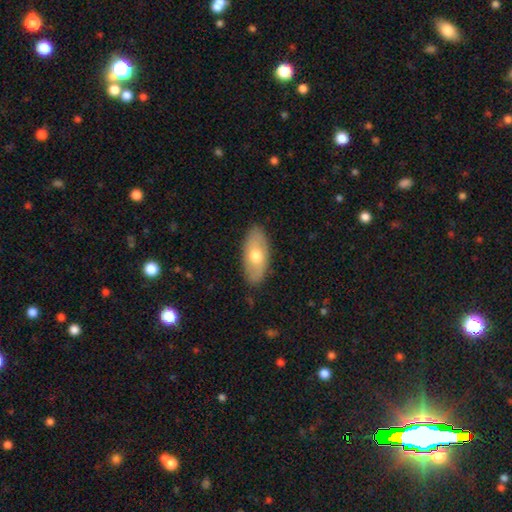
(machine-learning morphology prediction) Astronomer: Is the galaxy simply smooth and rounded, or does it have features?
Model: smooth — 60% (runner-up: featured or disk, 35%).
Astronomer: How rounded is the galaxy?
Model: in between — 90%.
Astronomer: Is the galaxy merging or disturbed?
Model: none — 86%.